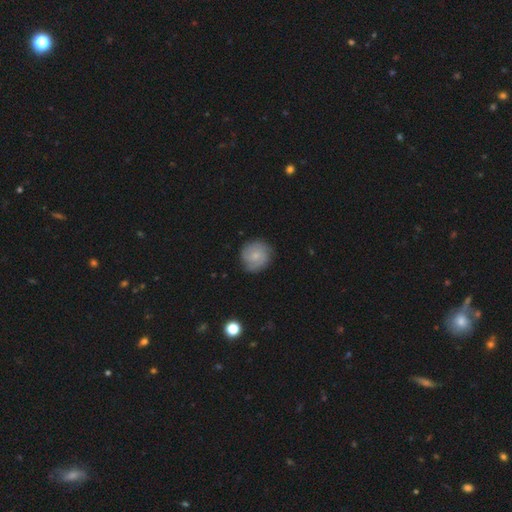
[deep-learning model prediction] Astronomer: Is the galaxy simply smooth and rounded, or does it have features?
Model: smooth — 54% (runner-up: featured or disk, 39%).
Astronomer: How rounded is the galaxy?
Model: round — 90%.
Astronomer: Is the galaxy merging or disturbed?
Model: none — 79%.